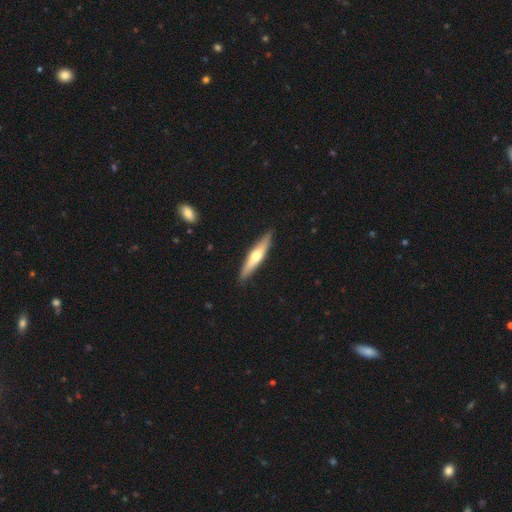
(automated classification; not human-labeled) Smooth or featured?
  - featured or disk: 52% *
  - smooth: 43%
  - star or artifact: 5%
Edge-on disk?
  - yes: 90% *
  - no: 10%
Merging?
  - none: 89% *
  - minor disturbance: 8%
  - major disturbance: 2%
  - merger: 1%